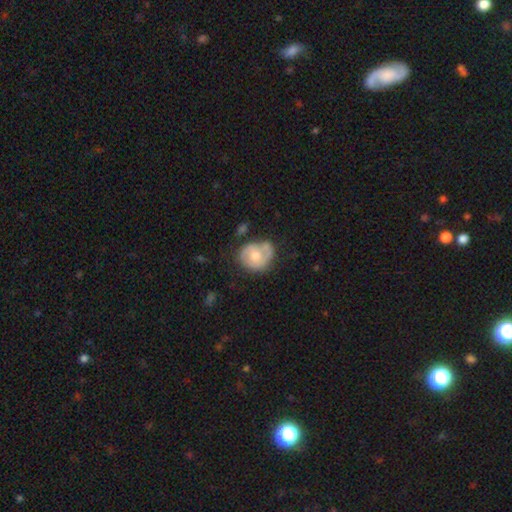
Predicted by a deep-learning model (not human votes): Q: Smooth or featured?
A: featured or disk (50%); runner-up: smooth (44%)
Q: Edge-on disk?
A: no (97%); runner-up: yes (3%)
Q: Merging?
A: none (49%); runner-up: minor disturbance (30%)